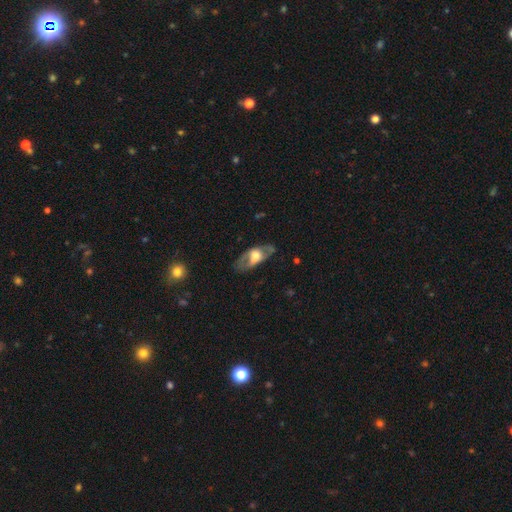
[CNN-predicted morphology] smooth-or-featured: featured or disk: 54% | smooth: 39% | star or artifact: 7%
  disk-edge-on: no: 75% | yes: 25%
  merging: none: 59% | minor disturbance: 22% | major disturbance: 16% | merger: 3%